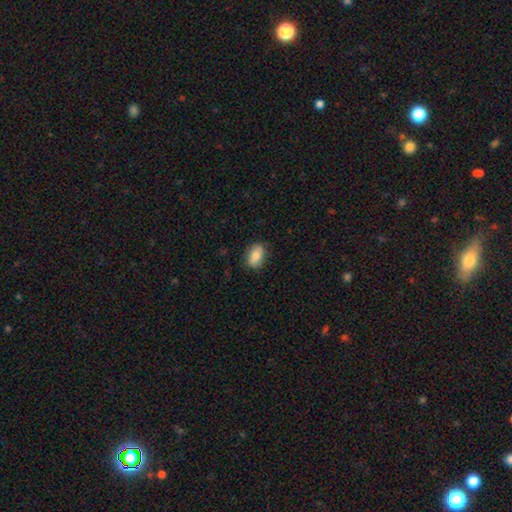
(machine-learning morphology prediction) Smooth or featured? smooth (81%)
How rounded? in between (86%)
Merging? none (83%)